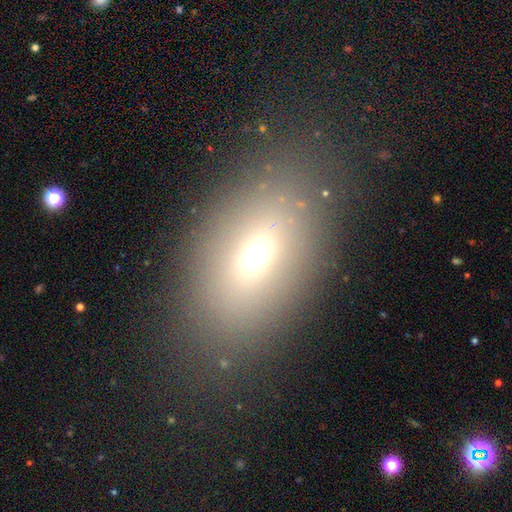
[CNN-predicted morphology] A smooth galaxy with no disk features (65%) that is in between round and cigar-shaped (81%).

Vote fractions:
- Smooth or featured? smooth: 65% / star or artifact: 18% / featured or disk: 17%
- How rounded? in between: 81% / round: 16% / cigar-shaped: 3%
- Merging? none: 79% / minor disturbance: 11% / major disturbance: 8% / merger: 2%